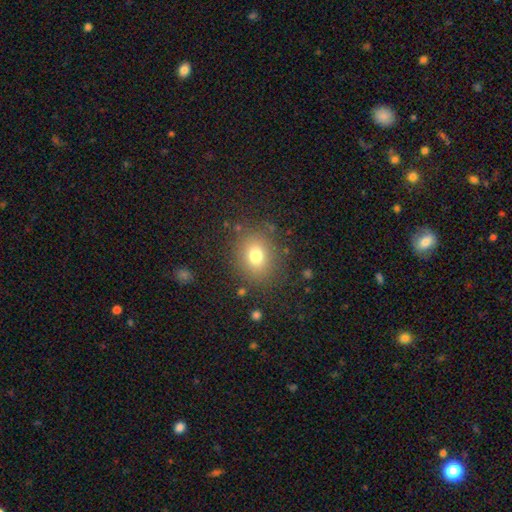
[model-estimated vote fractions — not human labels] This is likely a smooth galaxy (74%). How rounded: likely round (62%). Merging: clearly none (83%).